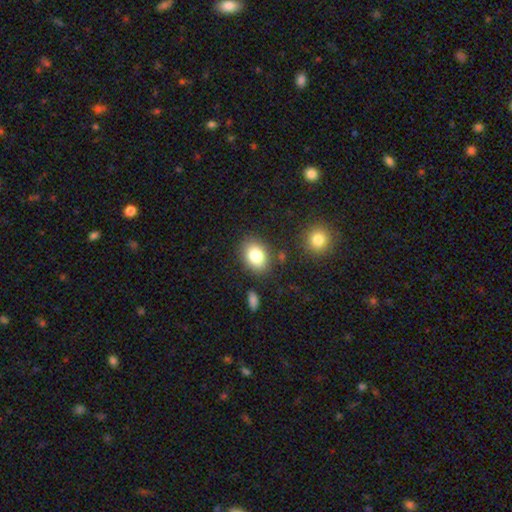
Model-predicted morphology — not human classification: Smooth or featured?
  - smooth: 82% *
  - featured or disk: 10%
  - star or artifact: 9%
How rounded?
  - in between: 73% *
  - round: 26%
  - cigar-shaped: 1%
Merging?
  - none: 82% *
  - minor disturbance: 11%
  - merger: 4%
  - major disturbance: 3%